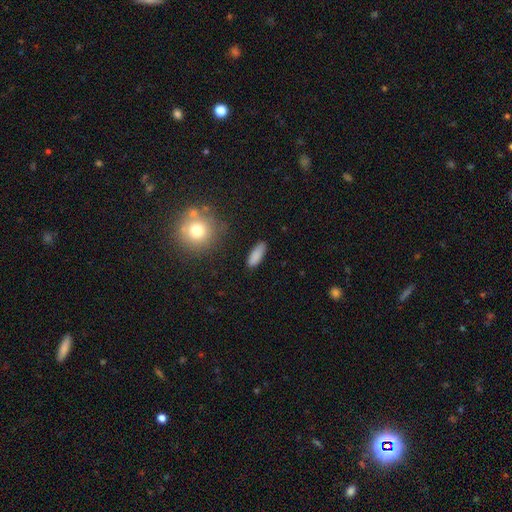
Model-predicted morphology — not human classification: Overall: smooth (86%). How rounded: in between (63%; cigar-shaped 35%). Merging: none (84%).